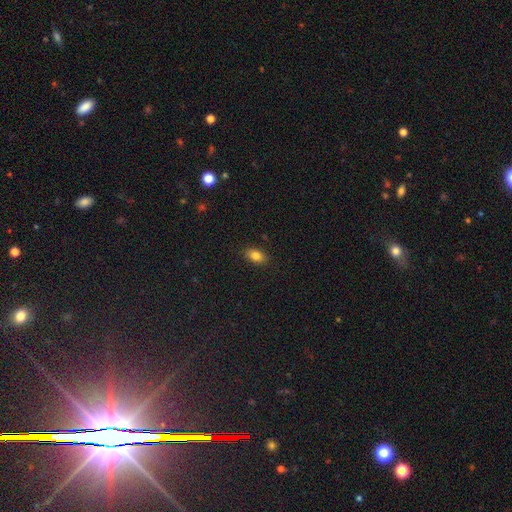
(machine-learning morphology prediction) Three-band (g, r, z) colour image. It shows a smooth galaxy with no disk features (84%) that is in between round and cigar-shaped (86%). Merging: none (88%).